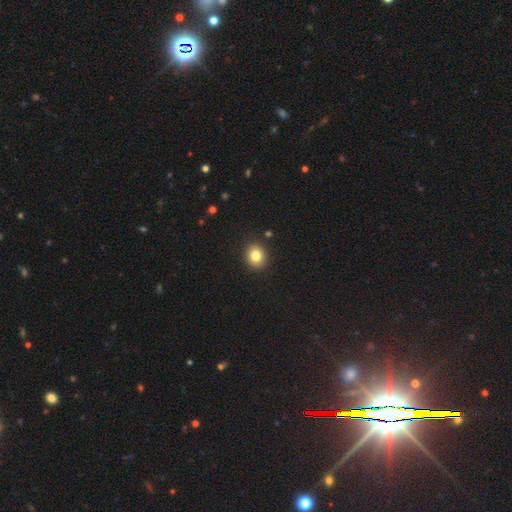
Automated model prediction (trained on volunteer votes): A smooth galaxy with no disk features (82%) that is round (62%).

Vote fractions:
- Smooth or featured? smooth: 82% / star or artifact: 10% / featured or disk: 7%
- How rounded? round: 62% / in between: 37% / cigar-shaped: 1%
- Merging? none: 90% / minor disturbance: 7% / major disturbance: 2% / merger: 2%